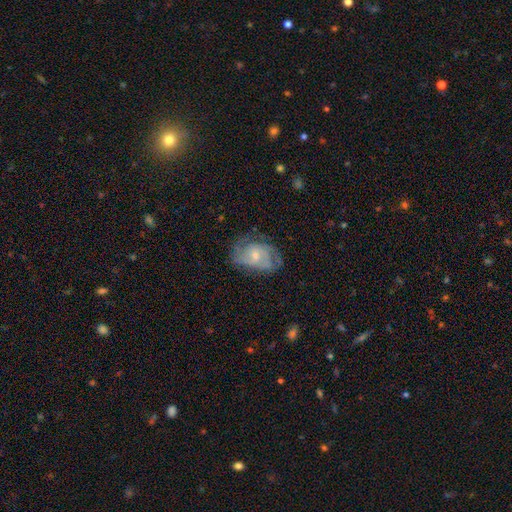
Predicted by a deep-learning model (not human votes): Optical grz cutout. It shows a featured or disk galaxy (70%) with no bar (65%), 2 (40%) medium (42%, tied with tight) spiral arms (88%) and a small central bulge (60%). Merging: none (63%).